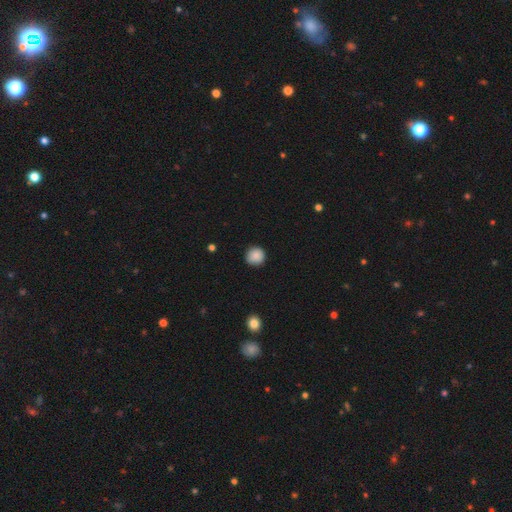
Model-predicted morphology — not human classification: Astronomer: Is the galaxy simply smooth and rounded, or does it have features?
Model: smooth — 88%.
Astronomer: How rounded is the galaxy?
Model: round — 94%.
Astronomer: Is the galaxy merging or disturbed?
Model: none — 90%.